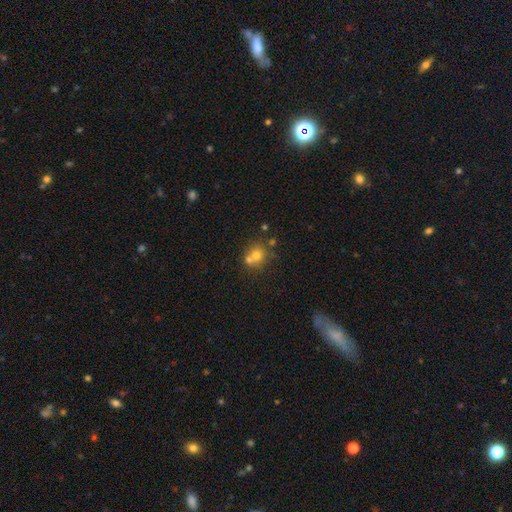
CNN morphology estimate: The model was most divided on "merging": none: 47%, merger: 40%, minor disturbance: 9%, major disturbance: 4%. More confident: how rounded — round (80%); smooth or featured — smooth (68%).